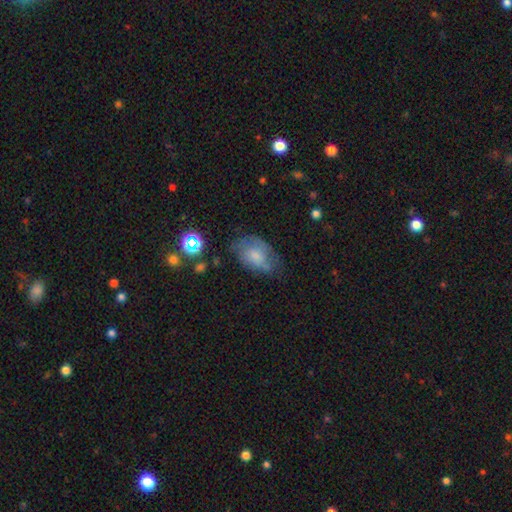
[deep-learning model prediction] This is possibly a smooth galaxy (53%). How rounded: clearly in between (83%). Merging: possibly none (49%).